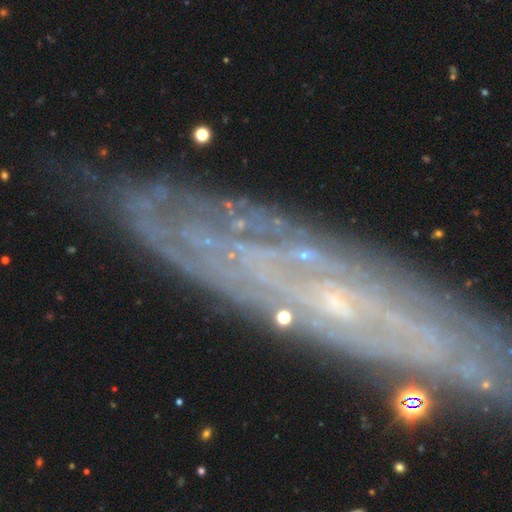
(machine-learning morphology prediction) A featured or disk galaxy (78%).

Vote fractions:
- Smooth or featured? featured or disk: 78% / smooth: 12% / star or artifact: 10%
- Edge-on disk? no: 64% / yes: 36%
- Merging? none: 79% / minor disturbance: 14% / major disturbance: 4% / merger: 2%